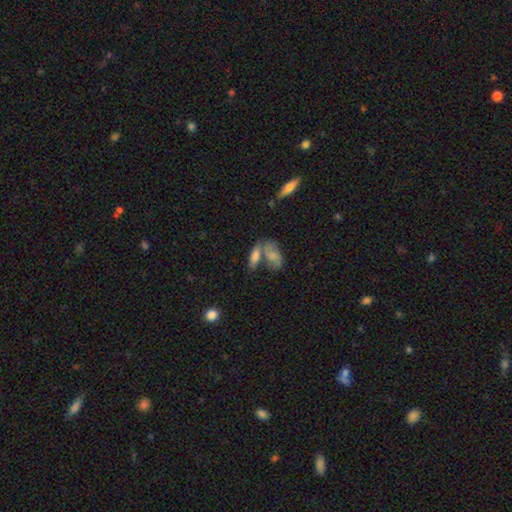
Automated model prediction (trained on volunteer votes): Smooth or featured? smooth (68%)
How rounded? in between (72%)
Merging? merger (44%)